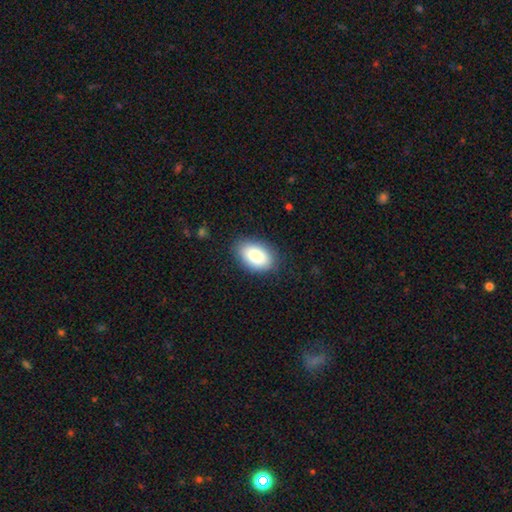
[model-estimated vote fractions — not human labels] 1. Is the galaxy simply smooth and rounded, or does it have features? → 84% smooth, 9% featured or disk, 7% star or artifact.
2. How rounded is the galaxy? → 90% in between, 9% round, 1% cigar-shaped.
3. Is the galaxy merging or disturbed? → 84% none, 12% minor disturbance, 3% major disturbance, 1% merger.